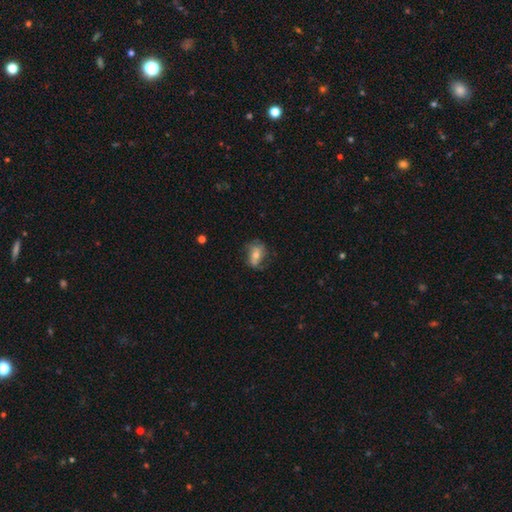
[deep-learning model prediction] smooth-or-featured: smooth: 50% | featured or disk: 41% | star or artifact: 9%
  how-rounded: in between: 73% | round: 25% | cigar-shaped: 3%
  merging: none: 58% | minor disturbance: 26% | major disturbance: 14% | merger: 2%